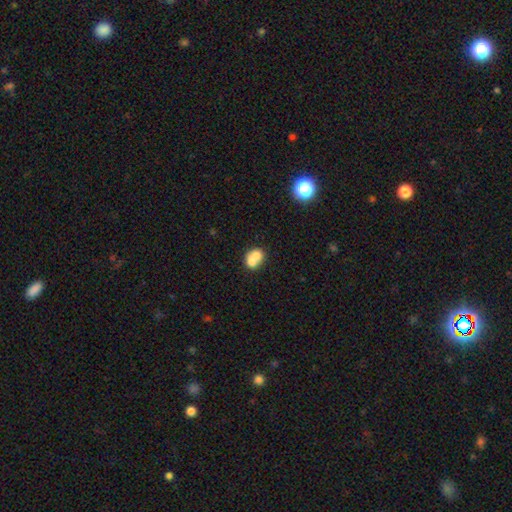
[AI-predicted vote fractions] The model was most divided on "how rounded": round: 58%, in between: 41%, cigar-shaped: 1%. More confident: smooth or featured — smooth (68%); merging — merger (67%).